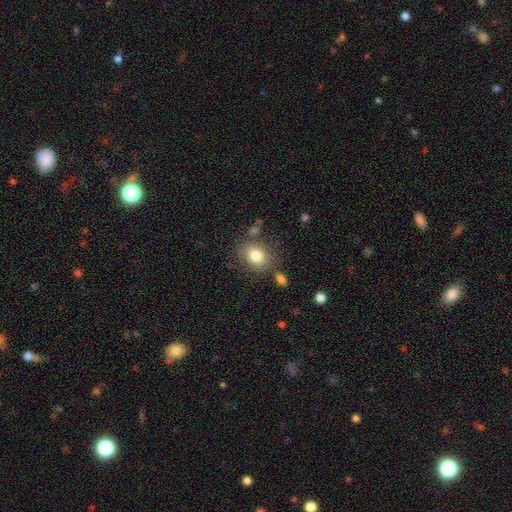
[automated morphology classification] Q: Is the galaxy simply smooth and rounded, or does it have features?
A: smooth — 80%.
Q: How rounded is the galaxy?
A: round — 52%.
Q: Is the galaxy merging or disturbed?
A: none — 76%.